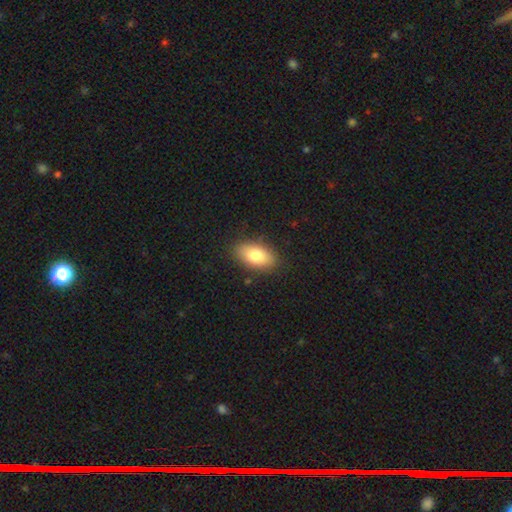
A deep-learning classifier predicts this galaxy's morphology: Smooth or featured? Predicted: smooth (p=0.81). How rounded? Predicted: in between (p=0.92). Merging? Predicted: none (p=0.86).